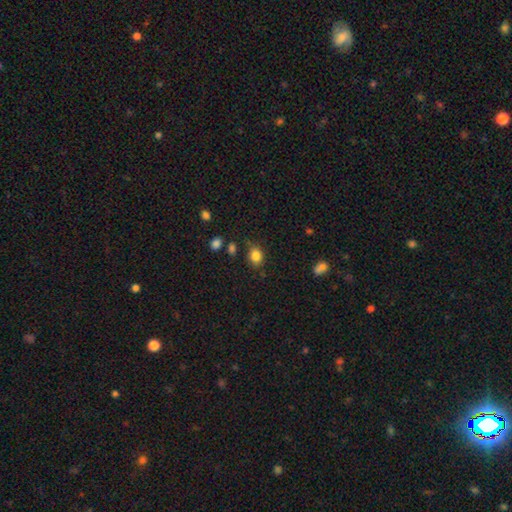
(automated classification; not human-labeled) smooth_or_featured: smooth (p=0.84) [alt: star or artifact p=0.11]
how_rounded: in between (p=0.58) [alt: round p=0.41]
merging: none (p=0.75) [alt: minor disturbance p=0.17]